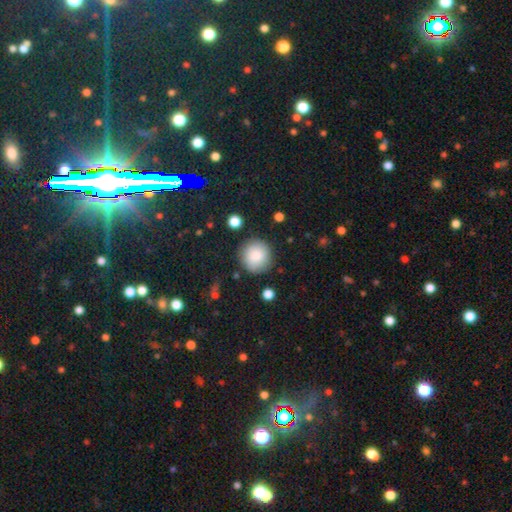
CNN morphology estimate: A smooth galaxy with no disk features (86%) that is round (93%).

Vote fractions:
- Smooth or featured? smooth: 86% / star or artifact: 8% / featured or disk: 6%
- How rounded? round: 93% / in between: 6% / cigar-shaped: 1%
- Merging? none: 86% / minor disturbance: 9% / major disturbance: 3% / merger: 2%